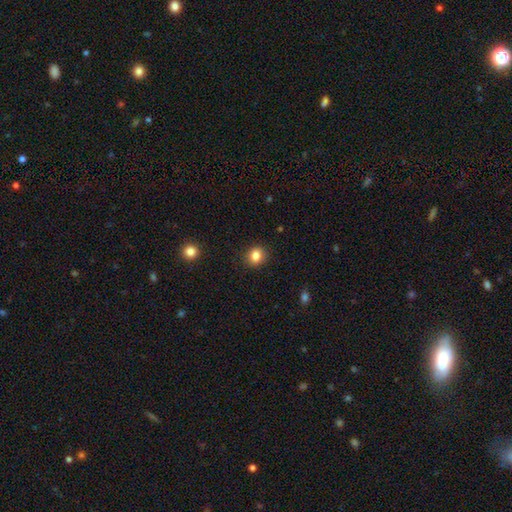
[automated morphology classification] Smooth or featured? Predicted: smooth (p=0.84). How rounded? Predicted: round (p=0.76). Merging? Predicted: none (p=0.90).